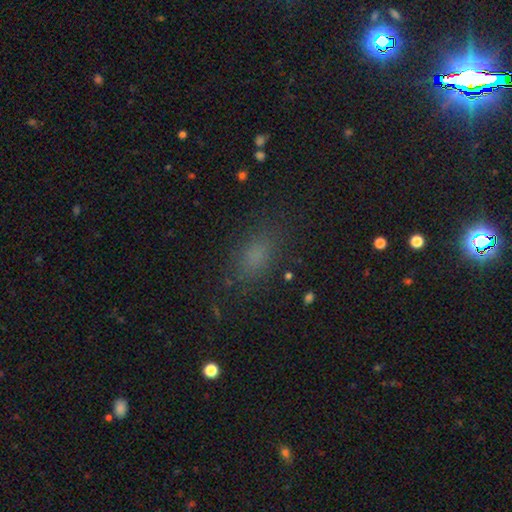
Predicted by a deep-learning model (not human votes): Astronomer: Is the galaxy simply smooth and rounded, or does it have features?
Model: smooth — 74%.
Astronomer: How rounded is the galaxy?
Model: in between — 79%.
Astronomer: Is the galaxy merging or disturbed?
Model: none — 79%.